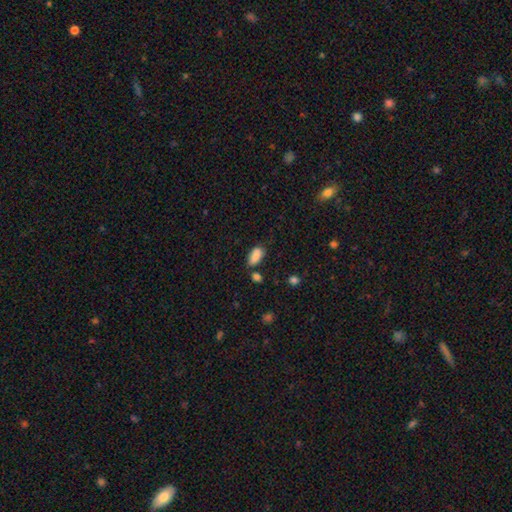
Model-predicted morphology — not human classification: type=smooth (86%); roundness=in between (89%); merging=none (65%).